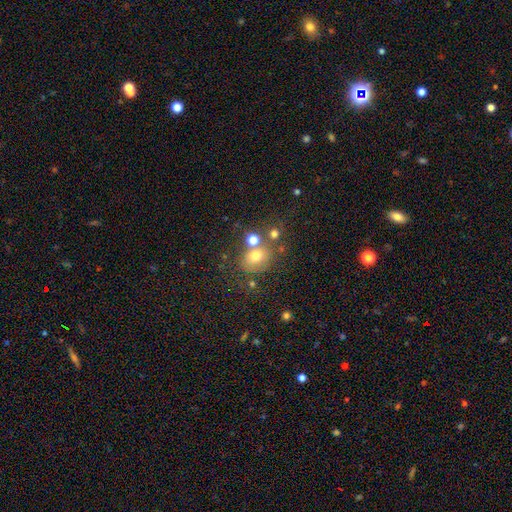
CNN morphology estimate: Smooth or featured? Predicted: smooth (p=0.67). How rounded? Predicted: round (p=0.64). Merging? Predicted: none (p=0.55).